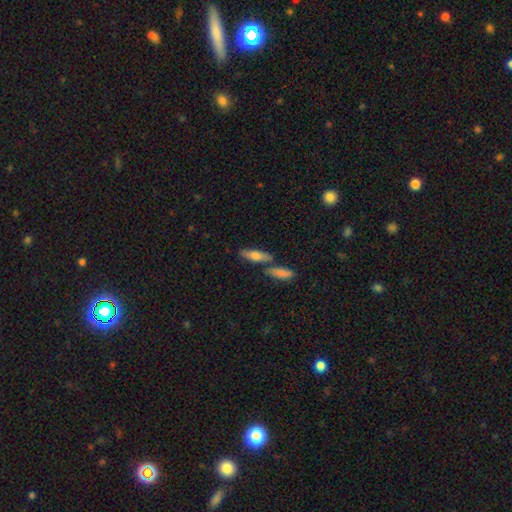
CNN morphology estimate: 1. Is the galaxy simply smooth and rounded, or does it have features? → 64% smooth, 29% featured or disk, 7% star or artifact.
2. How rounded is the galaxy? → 57% cigar-shaped, 40% in between, 3% round.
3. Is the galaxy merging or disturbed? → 60% none, 24% merger, 12% minor disturbance, 4% major disturbance.